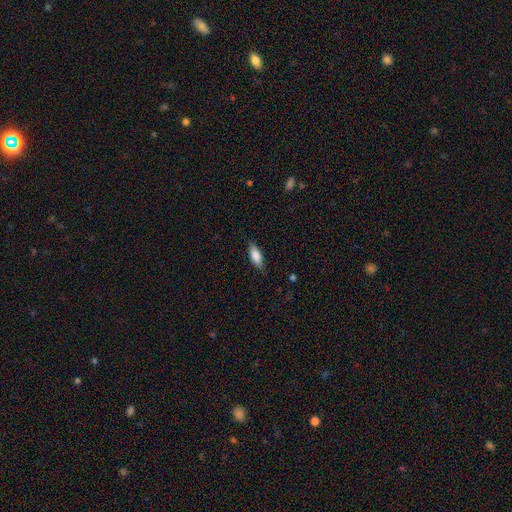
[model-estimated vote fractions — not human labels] A smooth galaxy with no disk features (82%) that is in between round and cigar-shaped (68%).

Vote fractions:
- Smooth or featured? smooth: 82% / featured or disk: 12% / star or artifact: 6%
- How rounded? in between: 68% / cigar-shaped: 30% / round: 2%
- Merging? none: 82% / minor disturbance: 14% / major disturbance: 3% / merger: 1%